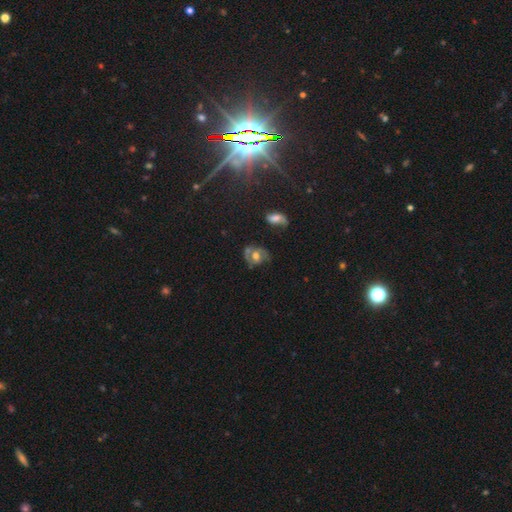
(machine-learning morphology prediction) A featured or disk galaxy (56%) with no bar (68%), spiral arms (62%) and a moderate central bulge (59%).

Vote fractions:
- Smooth or featured? featured or disk: 56% / smooth: 34% / star or artifact: 10%
- Edge-on disk? no: 96% / yes: 4%
- Bar? no: 68% / weak: 25% / strong: 7%
- Spiral arms? yes: 62% / no: 38%
- Bulge size? moderate: 59% / large: 24% / small: 11% / none: 3% / dominant: 2%
- Merging? none: 49% / minor disturbance: 24% / major disturbance: 15% / merger: 11%